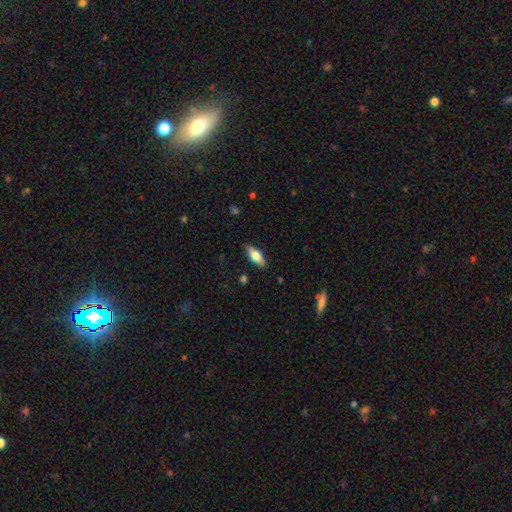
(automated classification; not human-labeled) A smooth galaxy with no disk features (68%) that is in between round and cigar-shaped (74%). Merging: none (83%).